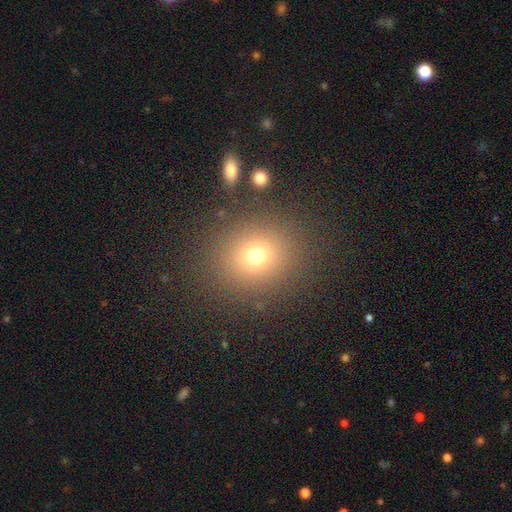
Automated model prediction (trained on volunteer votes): Smooth or featured: smooth — 71% (star or artifact — 18%)
How rounded: round — 70% (in between — 29%)
Merging: none — 84% (minor disturbance — 8%)